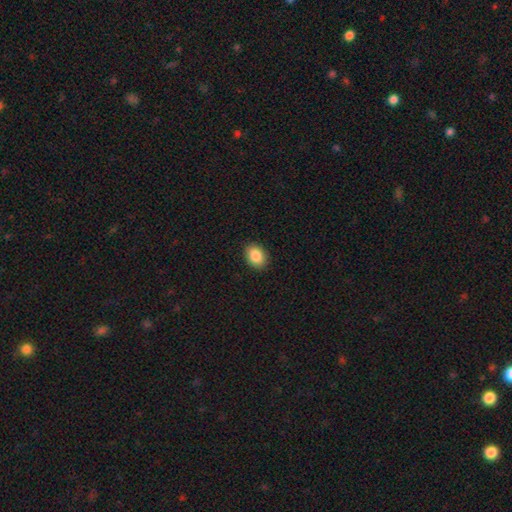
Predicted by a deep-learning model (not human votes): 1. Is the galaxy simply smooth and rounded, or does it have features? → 88% smooth, 8% star or artifact, 5% featured or disk.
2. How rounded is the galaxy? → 69% in between, 30% round, 1% cigar-shaped.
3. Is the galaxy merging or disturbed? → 90% none, 7% minor disturbance, 2% major disturbance, 1% merger.